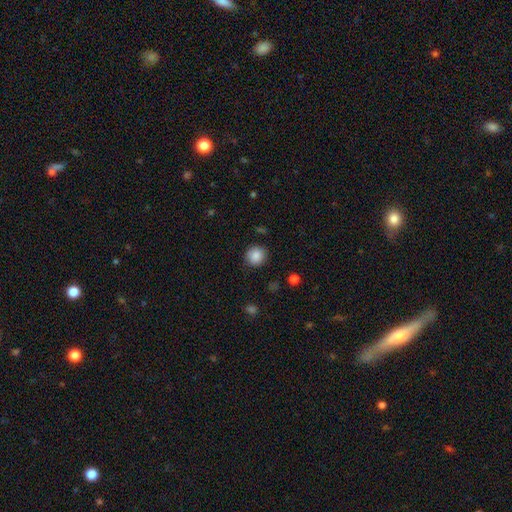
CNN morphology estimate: Smooth or featured?
  - smooth: 86% *
  - star or artifact: 9%
  - featured or disk: 4%
How rounded?
  - round: 91% *
  - in between: 8%
  - cigar-shaped: 1%
Merging?
  - none: 89% *
  - minor disturbance: 8%
  - major disturbance: 2%
  - merger: 1%